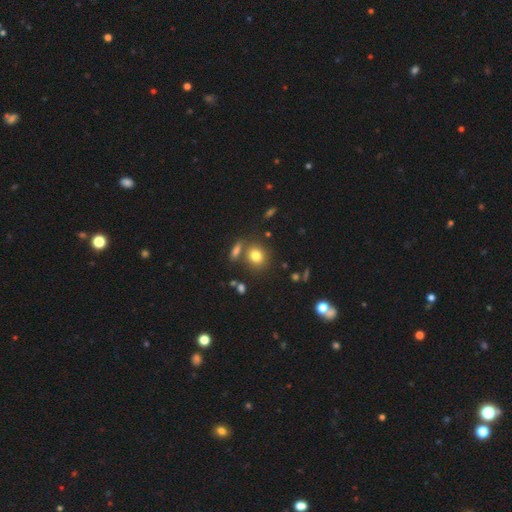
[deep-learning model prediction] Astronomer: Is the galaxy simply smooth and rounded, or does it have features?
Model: smooth — 79%.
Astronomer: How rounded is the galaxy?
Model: round — 70%.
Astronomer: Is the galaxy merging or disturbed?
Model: none — 68%.